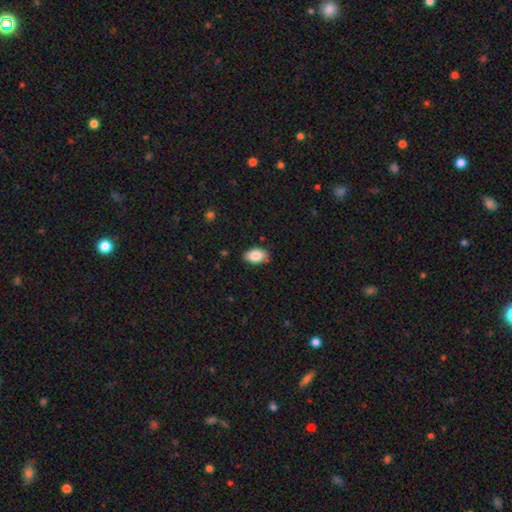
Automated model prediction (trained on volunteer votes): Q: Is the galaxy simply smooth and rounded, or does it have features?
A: smooth — 87%.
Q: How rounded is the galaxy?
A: in between — 92%.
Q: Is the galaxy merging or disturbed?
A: none — 83%.